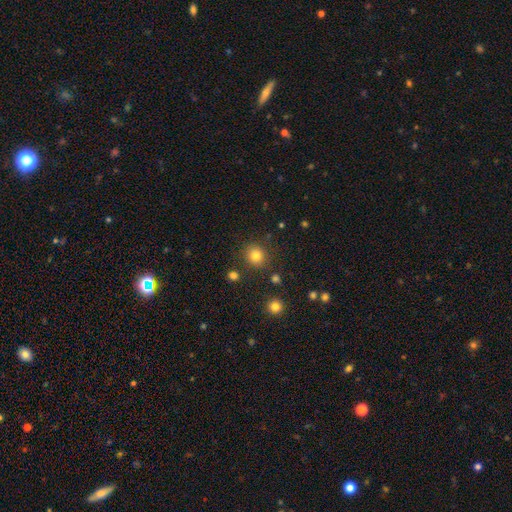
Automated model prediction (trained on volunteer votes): Smooth or featured?
  - smooth: 82% *
  - star or artifact: 13%
  - featured or disk: 6%
How rounded?
  - round: 89% *
  - in between: 10%
  - cigar-shaped: 1%
Merging?
  - none: 86% *
  - minor disturbance: 8%
  - merger: 3%
  - major disturbance: 3%